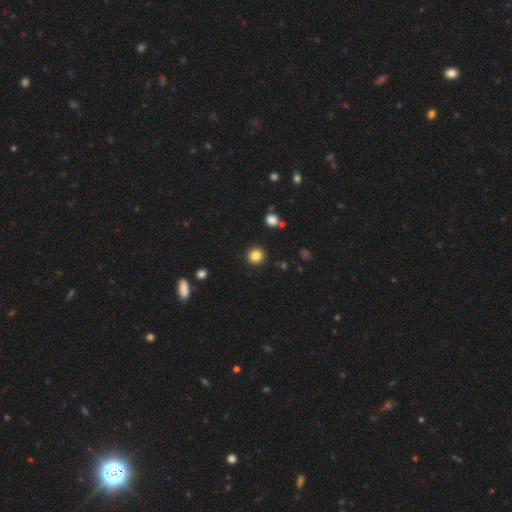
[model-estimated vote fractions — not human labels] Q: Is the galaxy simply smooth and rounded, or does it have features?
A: smooth — 84%.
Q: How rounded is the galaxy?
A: round — 93%.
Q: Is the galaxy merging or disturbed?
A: none — 91%.